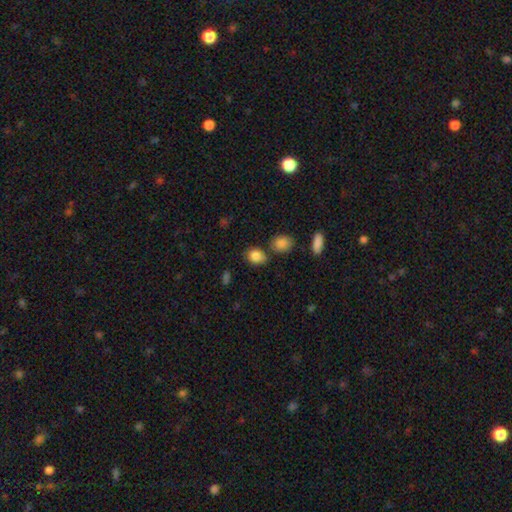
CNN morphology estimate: This appears to be a smooth galaxy with no disk features (85%) that is in between round and cigar-shaped (54%). Merging: none (67%).